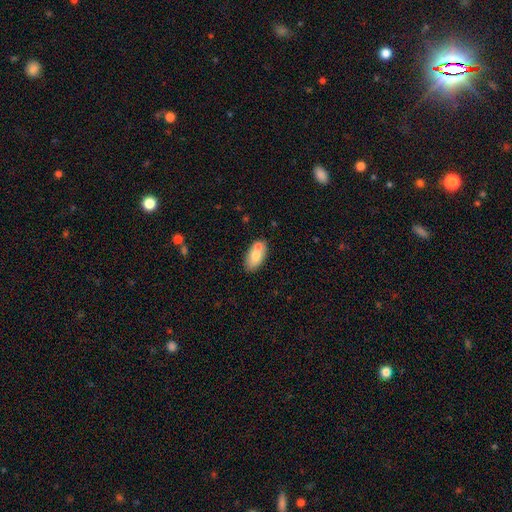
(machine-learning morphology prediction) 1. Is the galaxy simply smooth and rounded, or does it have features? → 71% smooth, 22% featured or disk, 7% star or artifact.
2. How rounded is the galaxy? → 91% in between, 5% round, 4% cigar-shaped.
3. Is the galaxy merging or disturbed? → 56% none, 26% merger, 15% minor disturbance, 4% major disturbance.